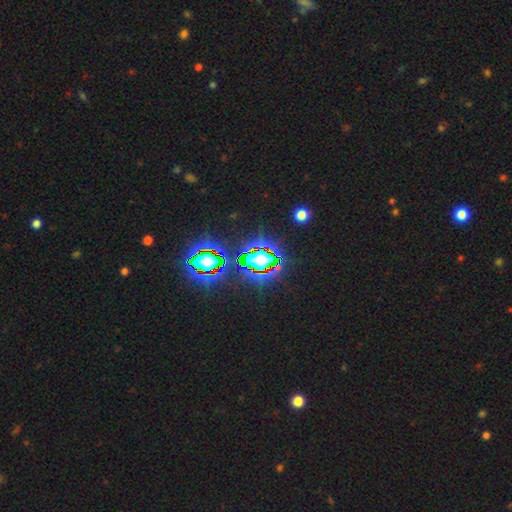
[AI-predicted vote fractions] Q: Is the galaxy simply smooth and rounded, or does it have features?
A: star or artifact — 83%.